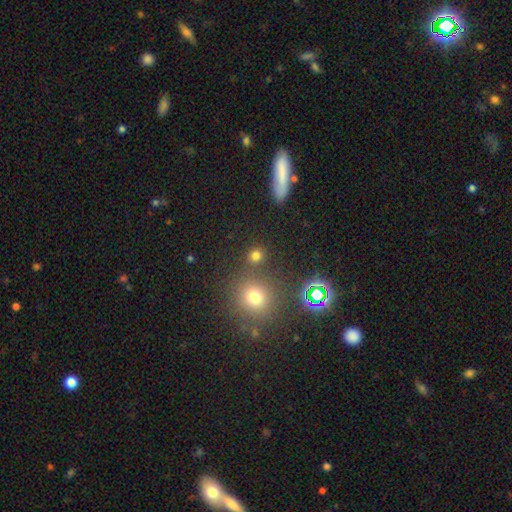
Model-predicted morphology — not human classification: Smooth or featured? Predicted: smooth (p=0.69). How rounded? Predicted: round (p=0.83). Merging? Predicted: none (p=0.80).